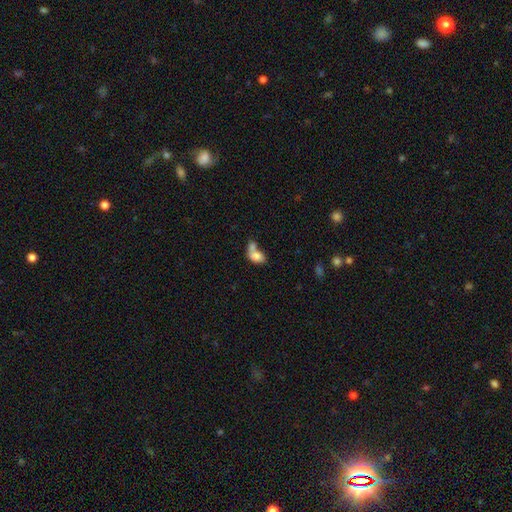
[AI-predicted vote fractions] A smooth galaxy with no disk features (75%) that is in between round and cigar-shaped (80%).

Vote fractions:
- Smooth or featured? smooth: 75% / featured or disk: 17% / star or artifact: 9%
- How rounded? in between: 80% / round: 18% / cigar-shaped: 2%
- Merging? merger: 66% / none: 17% / minor disturbance: 9% / major disturbance: 7%